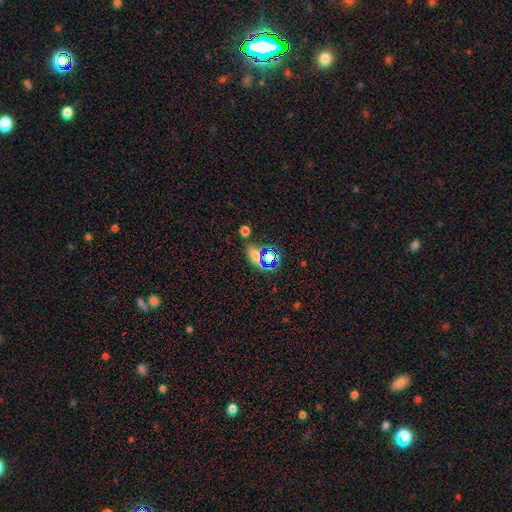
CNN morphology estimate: type=smooth (51%); roundness=in between (66%); merging=none (67%).